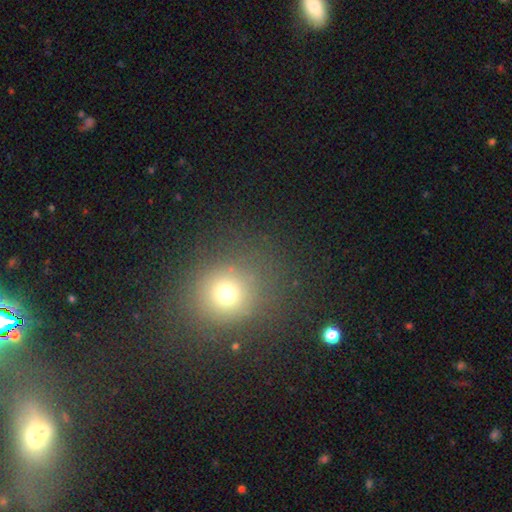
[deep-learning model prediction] smooth_or_featured: smooth (p=0.57) [alt: star or artifact p=0.34]
how_rounded: round (p=0.86) [alt: in between p=0.13]
merging: none (p=0.87) [alt: minor disturbance p=0.07]